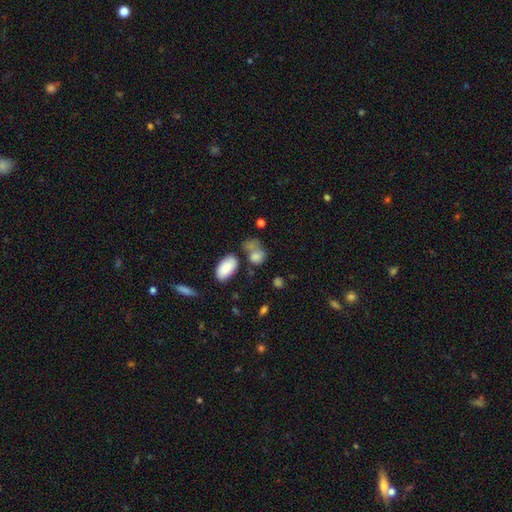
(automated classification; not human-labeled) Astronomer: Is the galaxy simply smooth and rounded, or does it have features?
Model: smooth — 78%.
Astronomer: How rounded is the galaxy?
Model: in between — 66%.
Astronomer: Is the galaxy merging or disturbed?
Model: none — 34% (runner-up: merger, 31%).